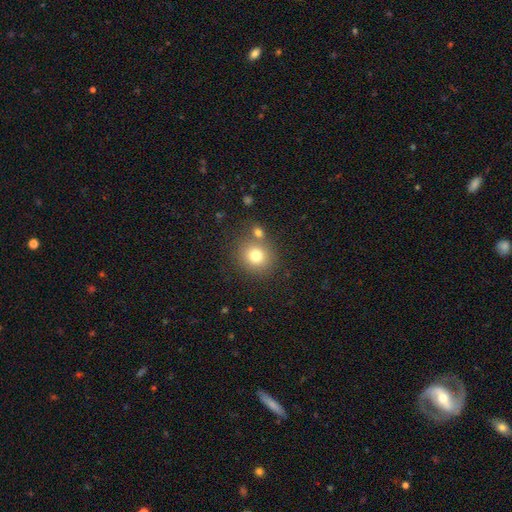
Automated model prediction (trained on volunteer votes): This is likely a smooth galaxy (77%). How rounded: clearly round (85%). Merging: likely none (71%).